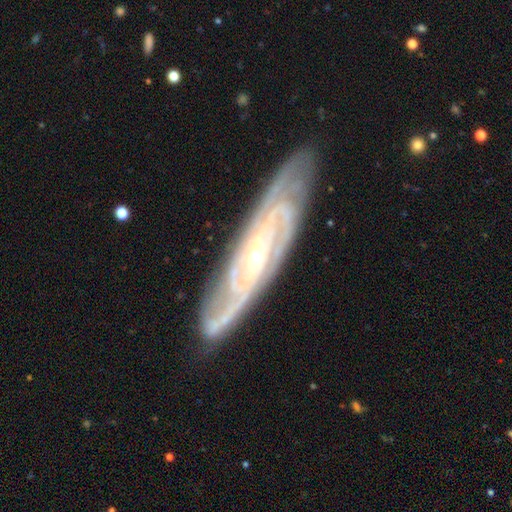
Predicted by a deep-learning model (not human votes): Overall: featured or disk (89%). Edge-on disk: no (81%). Bar: no (47%; weak 34%). Spiral arms: yes (98%). Spiral arm count: 2 (26%; 3 24%). Spiral winding: tight (67%; medium 28%). Bulge size: small (76%). Merging: none (81%).